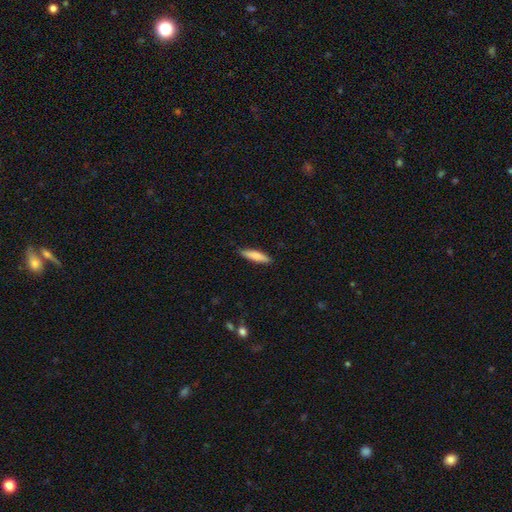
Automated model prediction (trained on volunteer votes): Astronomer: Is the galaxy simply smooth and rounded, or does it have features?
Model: smooth — 80%.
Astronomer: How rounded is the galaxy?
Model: cigar-shaped — 78%.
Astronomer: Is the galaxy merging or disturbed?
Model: none — 88%.